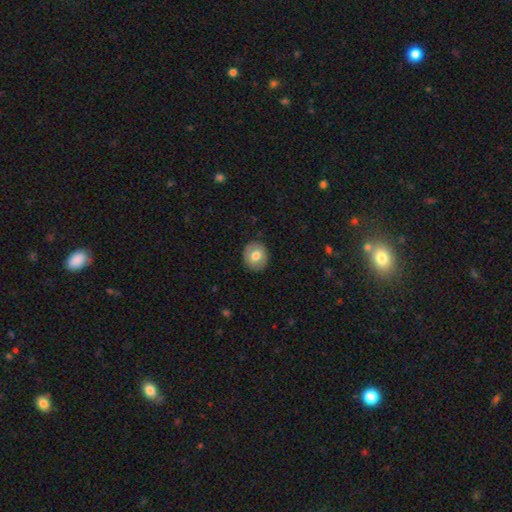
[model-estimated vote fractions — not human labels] Smooth or featured?
  - smooth: 72% *
  - featured or disk: 20%
  - star or artifact: 7%
How rounded?
  - round: 78% *
  - in between: 21%
  - cigar-shaped: 1%
Merging?
  - none: 89% *
  - minor disturbance: 8%
  - major disturbance: 2%
  - merger: 1%